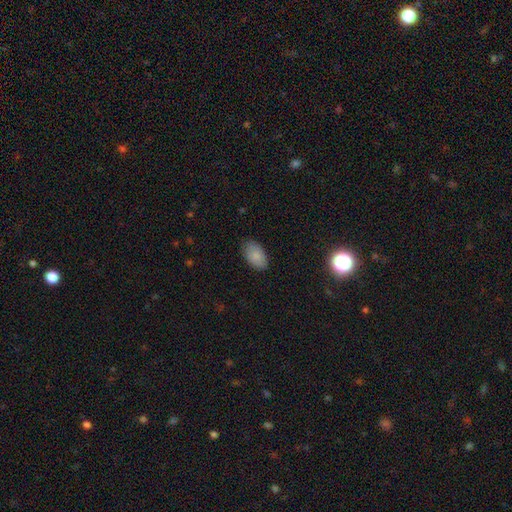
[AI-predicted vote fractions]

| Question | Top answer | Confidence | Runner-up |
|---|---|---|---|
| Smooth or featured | smooth | 86% | star or artifact (8%) |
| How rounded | in between | 94% | round (5%) |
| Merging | none | 83% | minor disturbance (14%) |